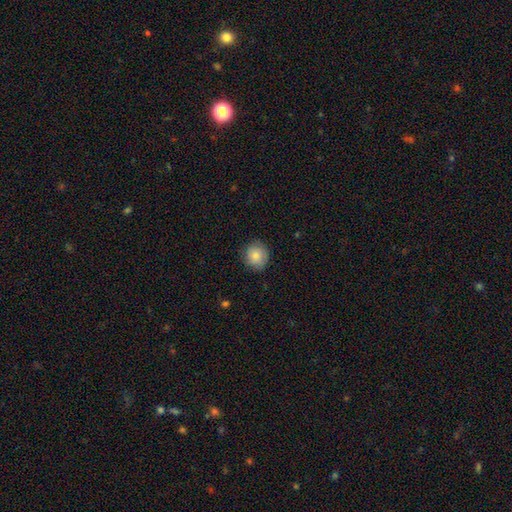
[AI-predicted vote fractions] smooth 84%, featured or disk 9%, star or artifact 8%. Down the decision tree: how rounded — round (88%); merging — none (84%).